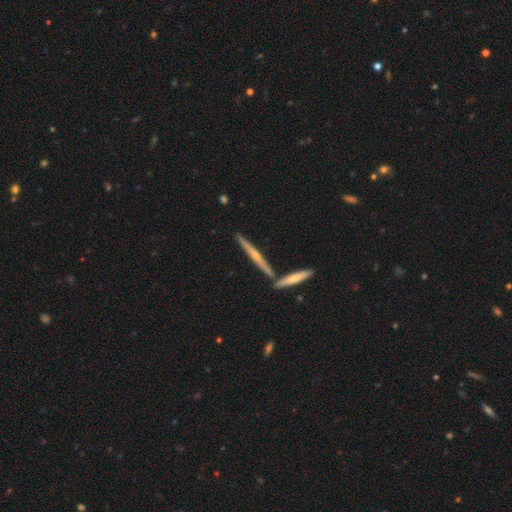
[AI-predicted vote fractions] Smooth or featured? featured or disk (64%)
Edge-on disk? yes (97%)
Edge-on bulge? rounded (61%)
Merging? none (77%)